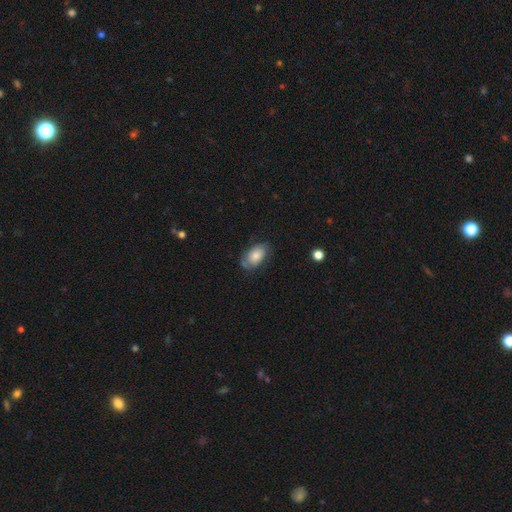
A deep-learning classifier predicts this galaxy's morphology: Overall: smooth (68%). How rounded: in between (92%). Merging: none (64%; minor disturbance 25%).